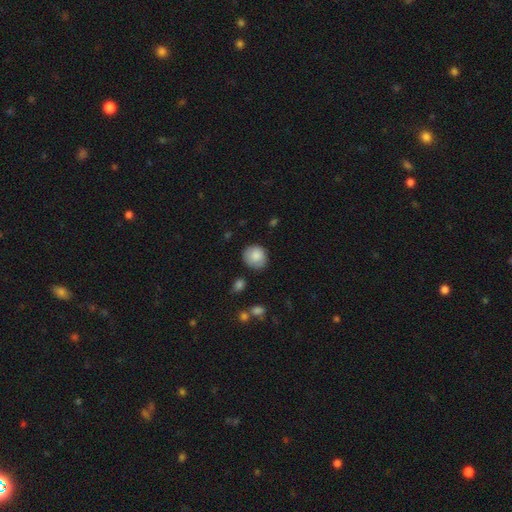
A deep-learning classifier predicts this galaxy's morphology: Smooth or featured: smooth — 85% (featured or disk — 8%)
How rounded: round — 81% (in between — 18%)
Merging: none — 79% (minor disturbance — 16%)